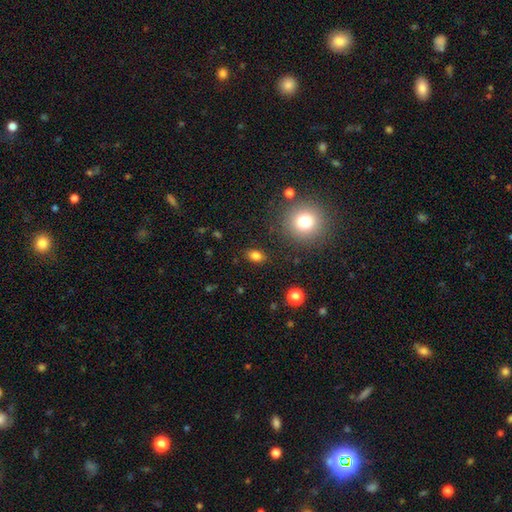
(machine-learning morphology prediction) Smooth or featured? Predicted: smooth (p=0.80). How rounded? Predicted: in between (p=0.76). Merging? Predicted: none (p=0.85).